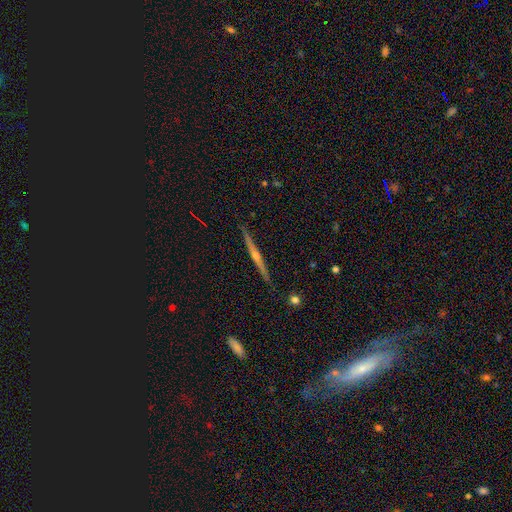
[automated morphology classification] This appears to be a featured or disk galaxy (80%) viewed edge-on (98%) with a rounded central bulge (85%). Merging: none (90%).